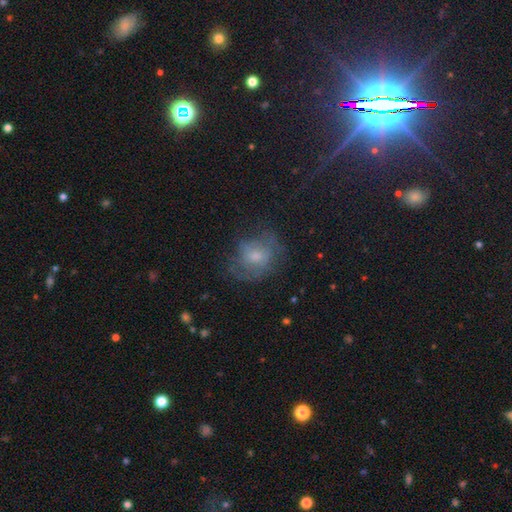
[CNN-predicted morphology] smooth-or-featured: smooth: 46% | featured or disk: 41% | star or artifact: 13%
  merging: none: 54% | minor disturbance: 24% | major disturbance: 20% | merger: 2%